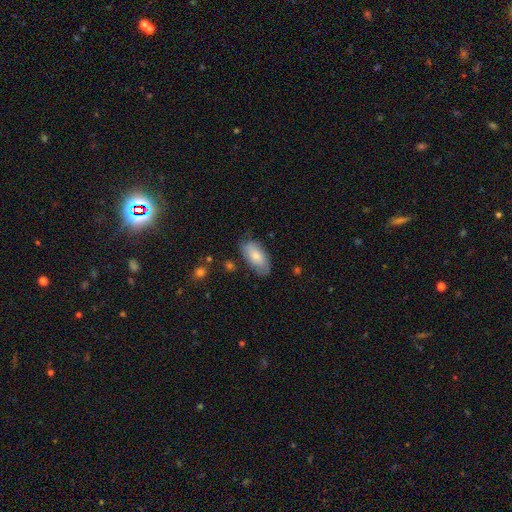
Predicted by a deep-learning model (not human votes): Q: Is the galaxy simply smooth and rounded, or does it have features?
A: smooth — 76%.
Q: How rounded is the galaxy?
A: in between — 92%.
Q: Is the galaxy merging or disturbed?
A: none — 73%.